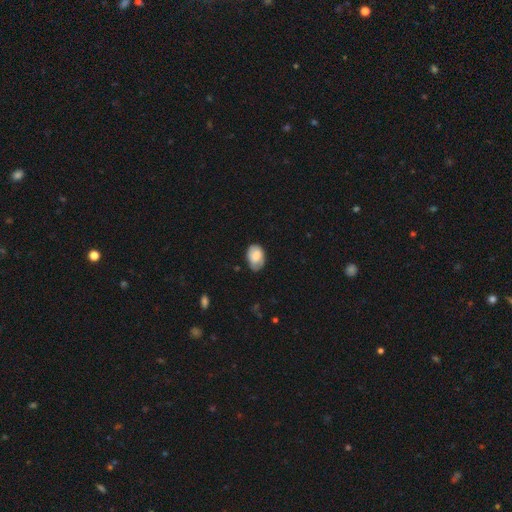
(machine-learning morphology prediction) Smooth or featured? smooth (76%)
How rounded? in between (83%)
Merging? none (58%)